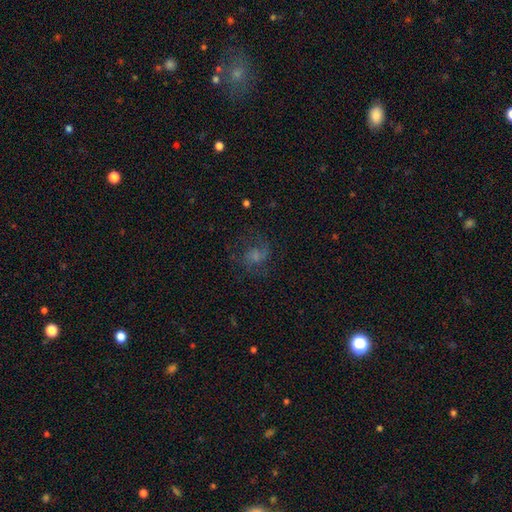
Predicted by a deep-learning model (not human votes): A featured or disk galaxy (52%) with no bar (68%), spiral arms (83%) and a small central bulge (39%). Merging: none (59%).